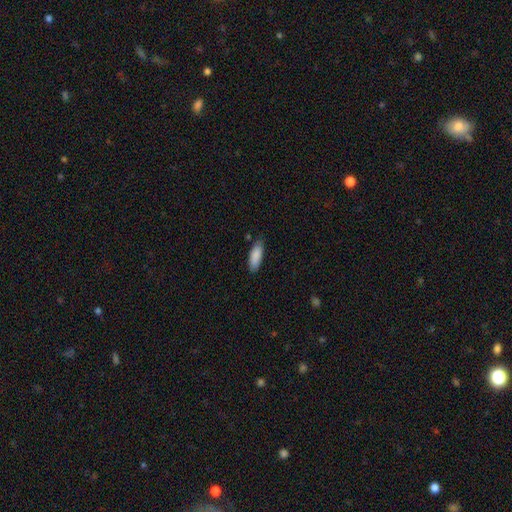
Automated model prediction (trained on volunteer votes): This is clearly a smooth galaxy (88%). How rounded: likely in between (68%). Merging: likely none (78%).